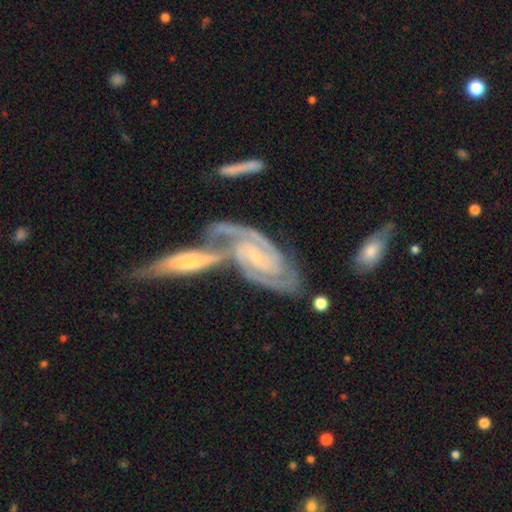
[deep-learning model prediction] A featured or disk galaxy (91%) with no bar (43%), 2 (73%) tight (55%) spiral arms (98%) and a small central bulge (75%).

Vote fractions:
- Smooth or featured? featured or disk: 91% / smooth: 5% / star or artifact: 4%
- Edge-on disk? no: 93% / yes: 7%
- Bar? no: 43% / weak: 41% / strong: 17%
- Spiral arms? yes: 98% / no: 2%
- Spiral winding? tight: 55% / medium: 38% / loose: 7%
- Spiral arm count? 2: 73% / 3: 11% / can't tell: 8% / 4: 3% / 1: 3% / more than 4: 2%
- Bulge size? small: 75% / moderate: 16% / none: 7% / large: 1% / dominant: 1%
- Merging? merger: 50% / none: 33% / minor disturbance: 11% / major disturbance: 6%